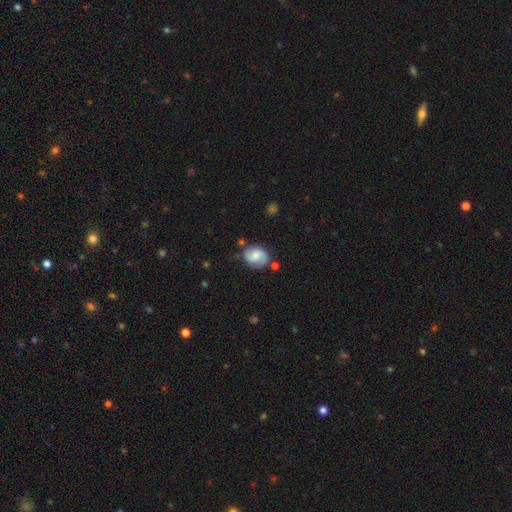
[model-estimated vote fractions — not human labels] Smooth or featured? Predicted: featured or disk (p=0.47). Merging? Predicted: none (p=0.67).